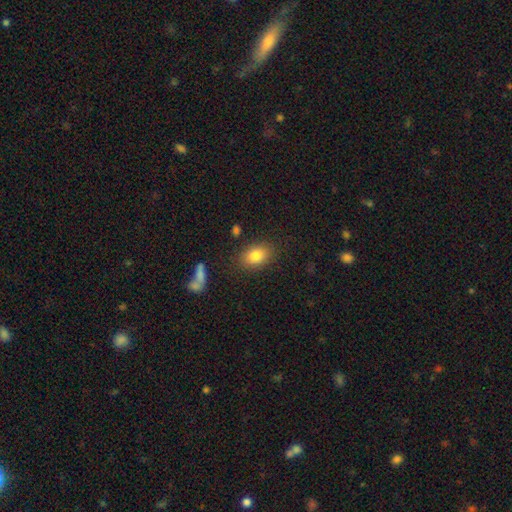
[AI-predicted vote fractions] Overall: smooth (82%). How rounded: in between (79%). Merging: none (82%).